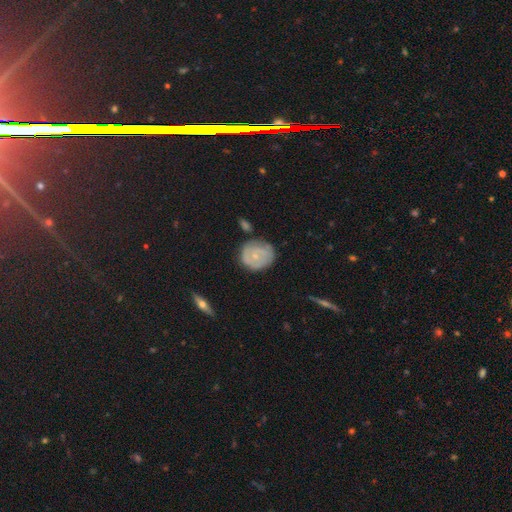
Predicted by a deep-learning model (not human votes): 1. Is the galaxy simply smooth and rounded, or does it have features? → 59% featured or disk, 35% smooth, 7% star or artifact.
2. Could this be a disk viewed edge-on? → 96% no, 4% yes.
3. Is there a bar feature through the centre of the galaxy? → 76% no, 21% weak, 4% strong.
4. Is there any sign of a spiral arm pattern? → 68% yes, 32% no.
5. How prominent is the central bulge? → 72% small, 22% moderate, 3% none, 1% large, 1% dominant.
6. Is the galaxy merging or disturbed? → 67% none, 23% minor disturbance, 6% major disturbance, 3% merger.